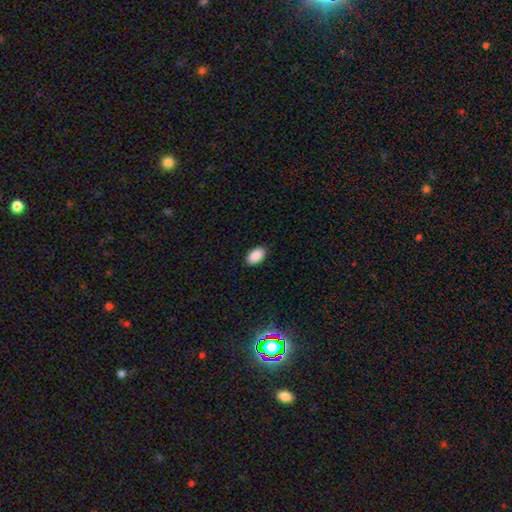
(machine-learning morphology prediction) Q: Smooth or featured?
A: smooth (90%); runner-up: star or artifact (7%)
Q: How rounded?
A: in between (94%); runner-up: round (4%)
Q: Merging?
A: none (89%); runner-up: minor disturbance (8%)